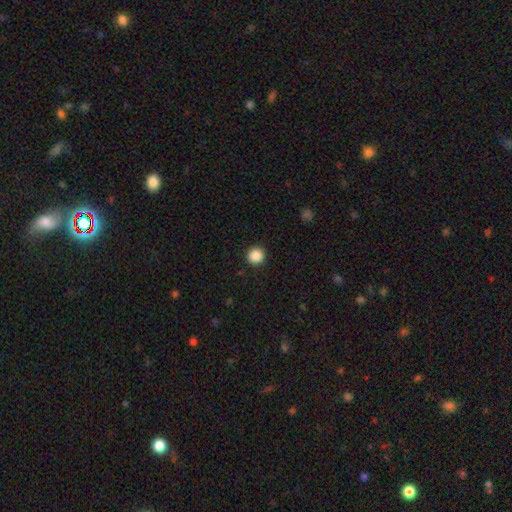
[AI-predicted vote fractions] Smooth or featured? smooth (88%)
How rounded? round (95%)
Merging? none (92%)